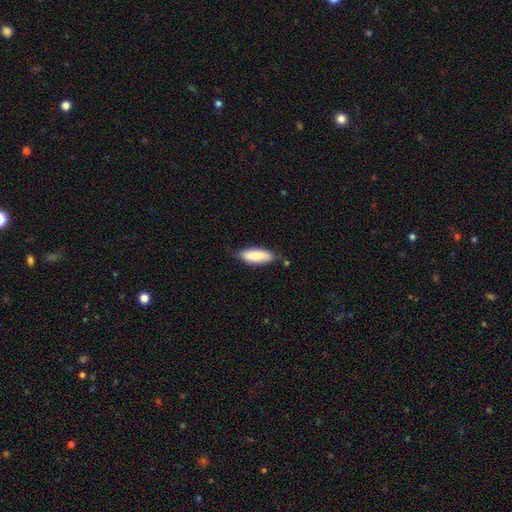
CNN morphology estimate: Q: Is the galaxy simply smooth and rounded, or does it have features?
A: smooth — 86%.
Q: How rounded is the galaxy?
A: in between — 69%.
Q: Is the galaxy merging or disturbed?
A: none — 75%.